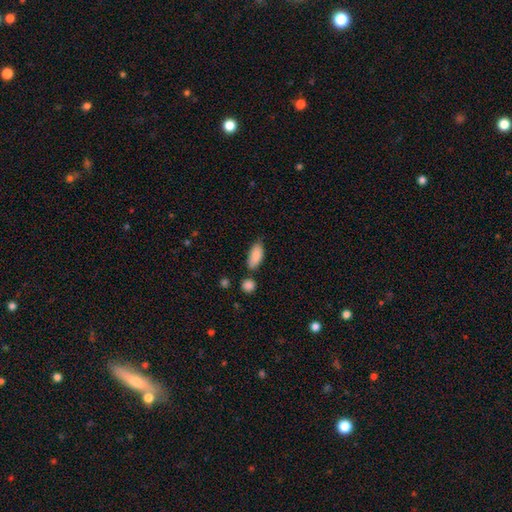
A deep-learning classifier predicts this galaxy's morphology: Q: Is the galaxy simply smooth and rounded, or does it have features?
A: smooth — 88%.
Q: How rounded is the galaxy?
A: in between — 85%.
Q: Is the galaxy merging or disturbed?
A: none — 67%.